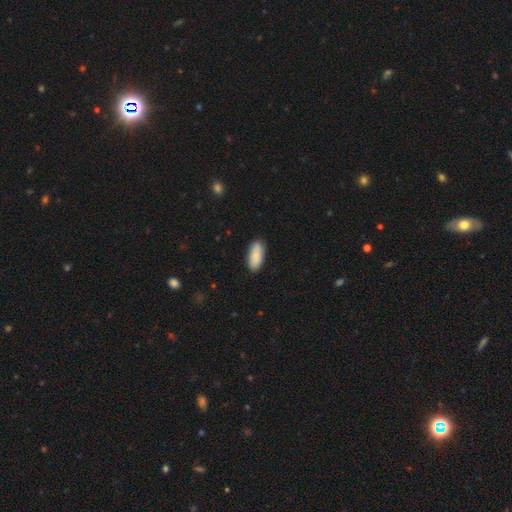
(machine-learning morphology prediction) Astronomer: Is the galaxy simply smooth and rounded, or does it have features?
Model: smooth — 86%.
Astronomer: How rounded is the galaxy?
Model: in between — 86%.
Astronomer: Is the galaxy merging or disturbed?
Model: none — 87%.